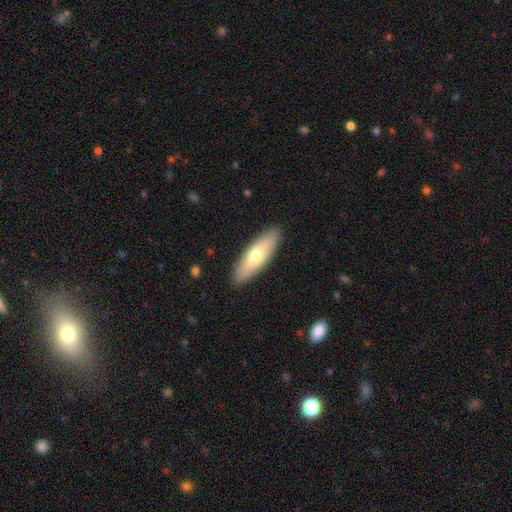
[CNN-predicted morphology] smooth-or-featured: smooth: 66% | featured or disk: 28% | star or artifact: 5%
  how-rounded: in between: 50% | cigar-shaped: 48% | round: 2%
  merging: none: 89% | minor disturbance: 8% | major disturbance: 2% | merger: 1%